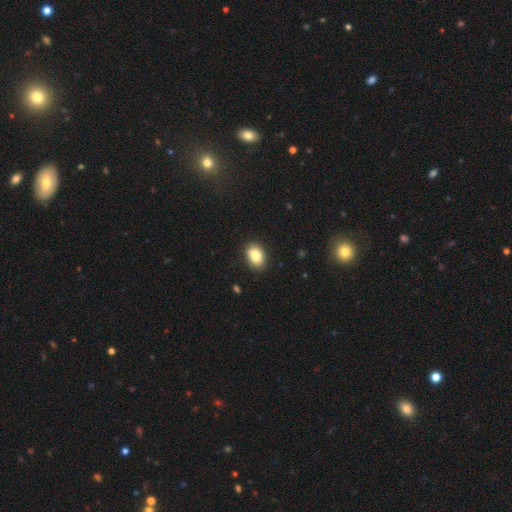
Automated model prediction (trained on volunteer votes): The model was most divided on "how rounded": in between: 82%, round: 17%, cigar-shaped: 1%. More confident: merging — none (87%); smooth or featured — smooth (83%).